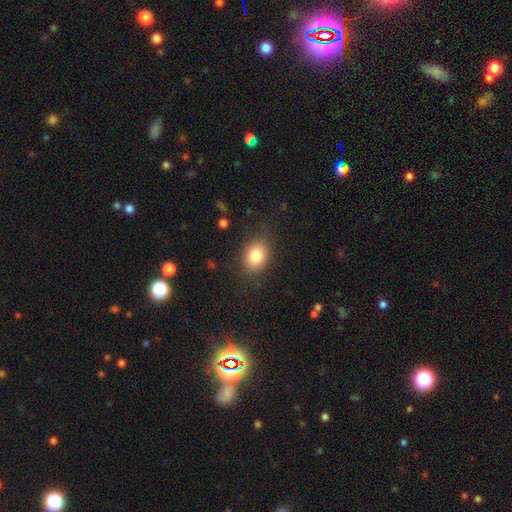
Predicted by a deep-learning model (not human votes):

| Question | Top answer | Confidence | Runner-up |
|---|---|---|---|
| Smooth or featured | smooth | 82% | star or artifact (9%) |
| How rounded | in between | 64% | round (35%) |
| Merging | none | 82% | minor disturbance (12%) |